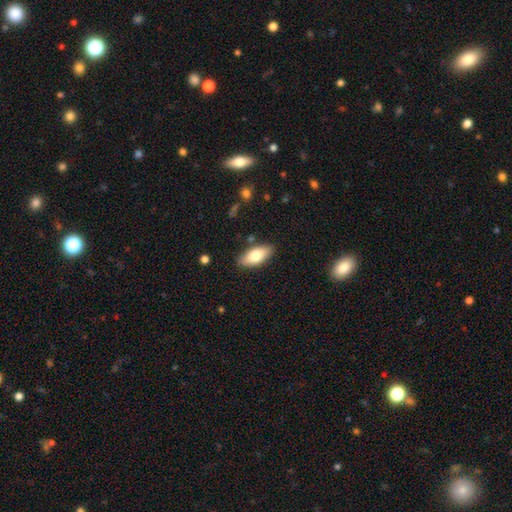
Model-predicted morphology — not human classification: Smooth or featured: smooth — 75% (featured or disk — 19%)
How rounded: in between — 87% (cigar-shaped — 10%)
Merging: none — 85% (minor disturbance — 11%)